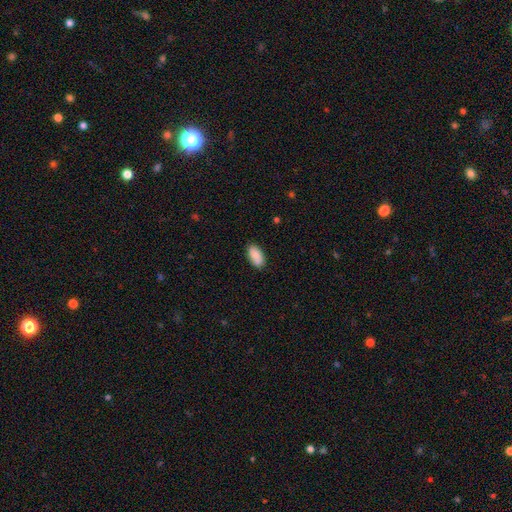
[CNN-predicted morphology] Smooth or featured? smooth (85%)
How rounded? in between (93%)
Merging? none (79%)